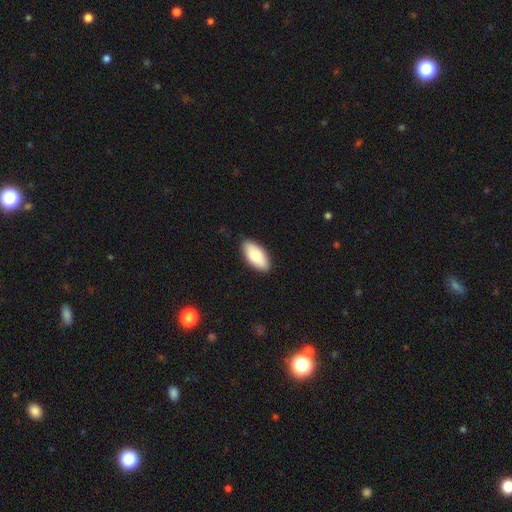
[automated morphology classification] Smooth or featured: smooth — 82% (featured or disk — 12%)
How rounded: in between — 92% (cigar-shaped — 6%)
Merging: none — 89% (minor disturbance — 8%)